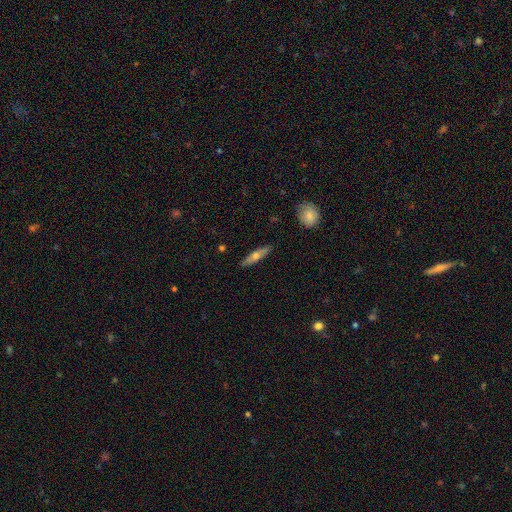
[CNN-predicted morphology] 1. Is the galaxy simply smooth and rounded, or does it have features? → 54% smooth, 40% featured or disk, 6% star or artifact.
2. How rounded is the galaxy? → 76% cigar-shaped, 21% in between, 3% round.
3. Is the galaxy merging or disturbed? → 89% none, 9% minor disturbance, 2% major disturbance, 1% merger.